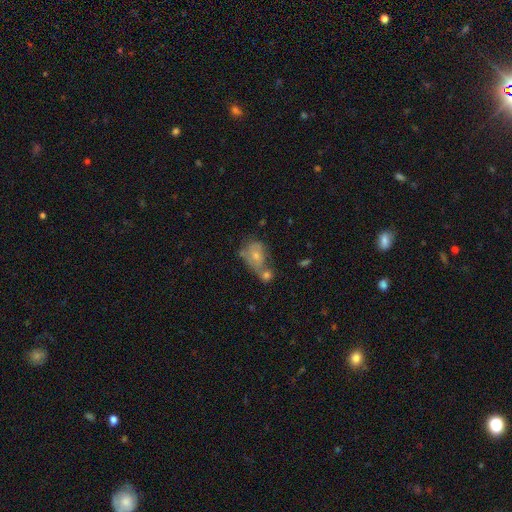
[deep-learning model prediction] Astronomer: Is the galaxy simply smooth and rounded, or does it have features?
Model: smooth — 57% (runner-up: featured or disk, 33%).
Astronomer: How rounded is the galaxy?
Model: in between — 70%.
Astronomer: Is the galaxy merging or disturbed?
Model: merger — 46% (runner-up: none, 26%).